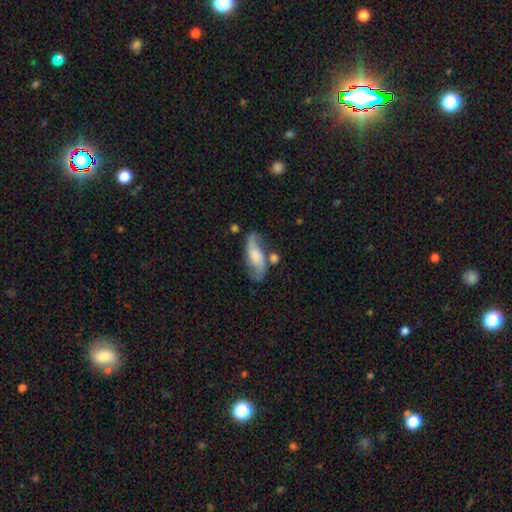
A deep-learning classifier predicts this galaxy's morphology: Smooth or featured? featured or disk (58%)
Edge-on disk? no (87%)
Bar? no (56%)
Spiral arms? yes (89%)
Bulge size? none (27%)
Merging? none (55%)